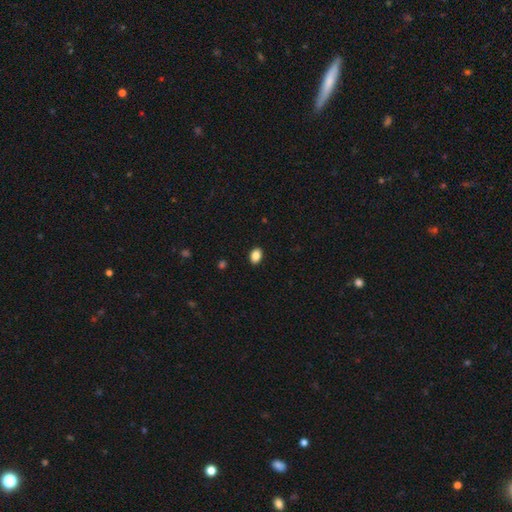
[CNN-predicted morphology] This is clearly a smooth galaxy (87%). How rounded: likely in between (78%). Merging: clearly none (90%).